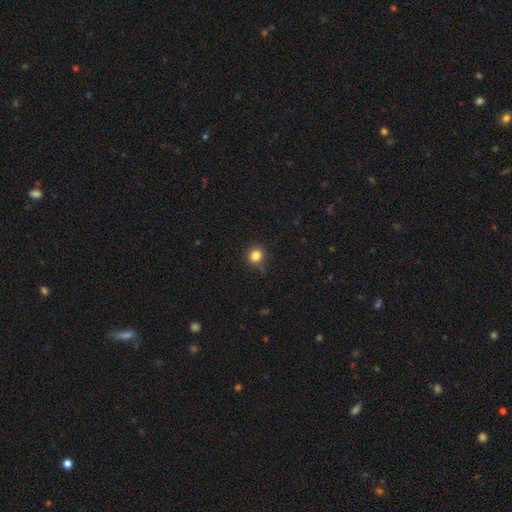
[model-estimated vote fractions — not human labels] This appears to be a smooth galaxy with no disk features (83%) that is round (87%). Merging: none (84%).